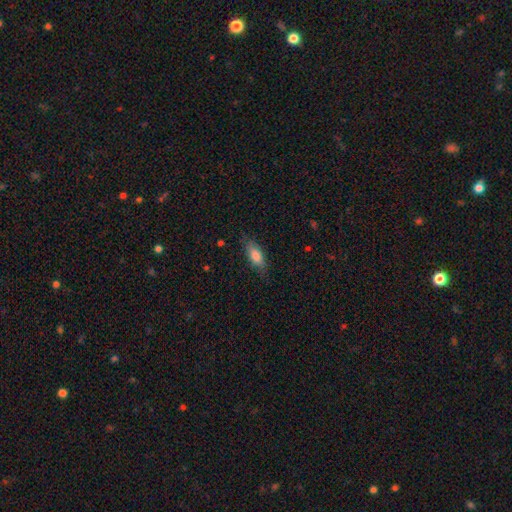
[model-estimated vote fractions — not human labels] The model was most divided on "how rounded": in between: 77%, cigar-shaped: 20%, round: 3%. More confident: smooth or featured — smooth (80%); merging — none (76%).